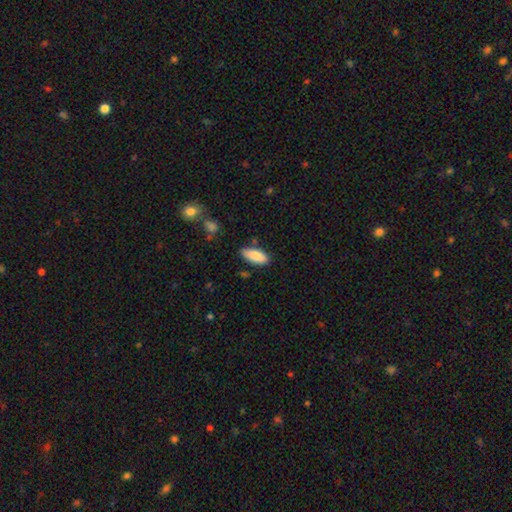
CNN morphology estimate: Smooth or featured: smooth — 87% (featured or disk — 7%)
How rounded: in between — 82% (cigar-shaped — 16%)
Merging: none — 78% (minor disturbance — 17%)